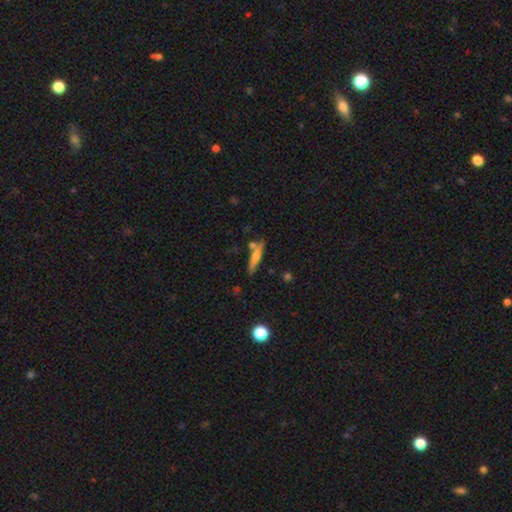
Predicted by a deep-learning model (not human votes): Smooth or featured?
  - smooth: 56% *
  - featured or disk: 36%
  - star or artifact: 8%
How rounded?
  - cigar-shaped: 85% *
  - in between: 13%
  - round: 2%
Merging?
  - none: 69% *
  - minor disturbance: 14%
  - merger: 13%
  - major disturbance: 4%